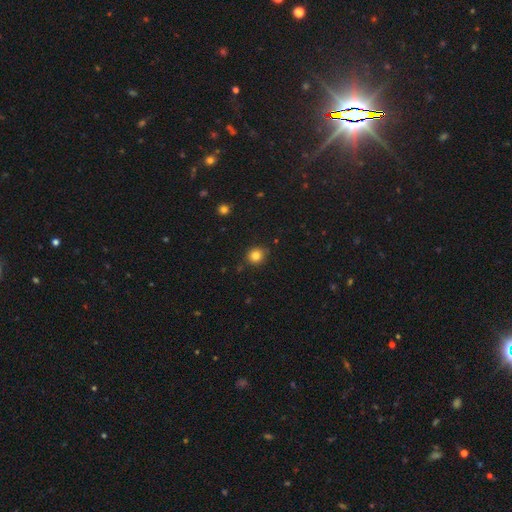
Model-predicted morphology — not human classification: smooth 83%, star or artifact 12%, featured or disk 6%. Down the decision tree: how rounded — round (87%); merging — none (85%).